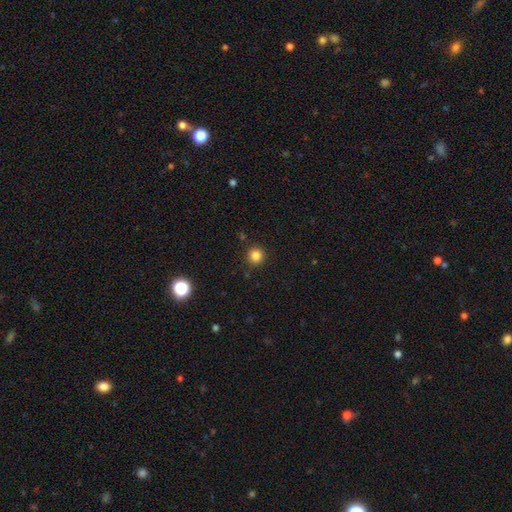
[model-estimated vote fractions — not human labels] This is clearly a smooth galaxy (83%). How rounded: clearly round (94%). Merging: clearly none (89%).